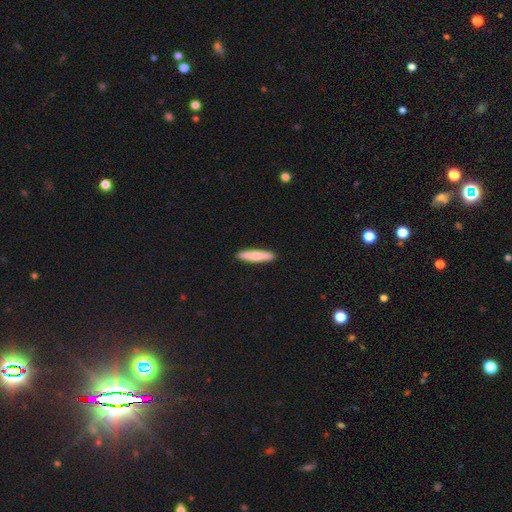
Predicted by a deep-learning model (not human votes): A smooth galaxy with no disk features (80%) that is cigar-shaped (88%).

Vote fractions:
- Smooth or featured? smooth: 80% / featured or disk: 15% / star or artifact: 5%
- How rounded? cigar-shaped: 88% / in between: 11% / round: 1%
- Merging? none: 92% / minor disturbance: 6% / major disturbance: 1% / merger: 1%